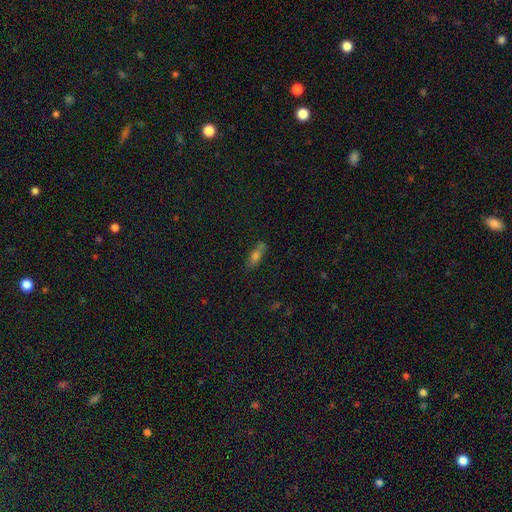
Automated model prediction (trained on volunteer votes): smooth_or_featured: smooth (p=0.58) [alt: featured or disk p=0.24]
how_rounded: in between (p=0.49) [alt: cigar-shaped p=0.45]
merging: none (p=0.71) [alt: minor disturbance p=0.17]